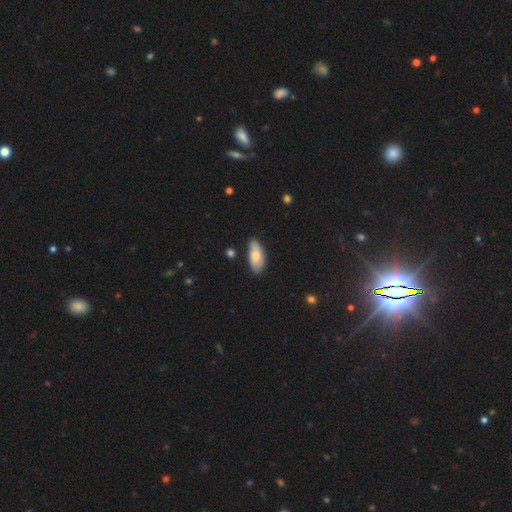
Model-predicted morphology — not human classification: A smooth galaxy with no disk features (77%) that is in between round and cigar-shaped (88%).

Vote fractions:
- Smooth or featured? smooth: 77% / featured or disk: 17% / star or artifact: 6%
- How rounded? in between: 88% / cigar-shaped: 10% / round: 2%
- Merging? none: 73% / minor disturbance: 21% / major disturbance: 3% / merger: 3%